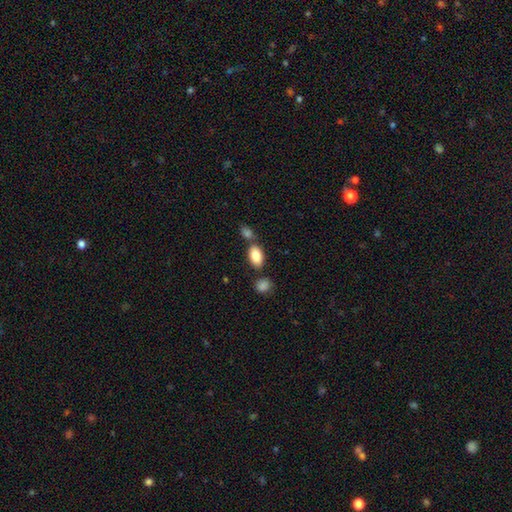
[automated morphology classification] Smooth or featured?
  - smooth: 85% *
  - featured or disk: 8%
  - star or artifact: 7%
How rounded?
  - in between: 92% *
  - round: 6%
  - cigar-shaped: 2%
Merging?
  - none: 66% *
  - merger: 19%
  - minor disturbance: 11%
  - major disturbance: 3%